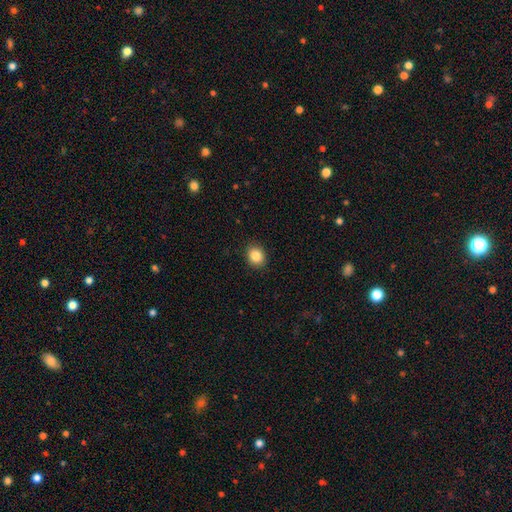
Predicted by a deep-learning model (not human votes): A smooth galaxy with no disk features (85%) that is round (60%). Merging: none (90%).